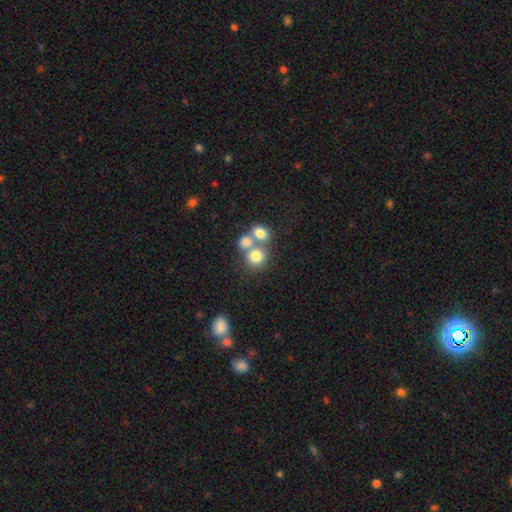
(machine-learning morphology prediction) Smooth or featured? Predicted: smooth (p=0.75). How rounded? Predicted: round (p=0.78). Merging? Predicted: merger (p=0.47).